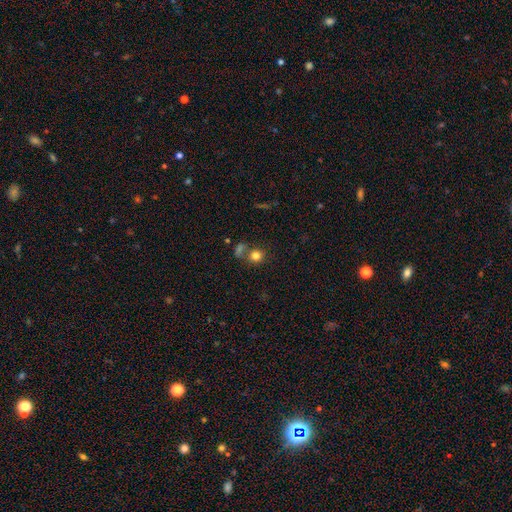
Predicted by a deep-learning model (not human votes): The model was most divided on "merging": none: 62%, merger: 23%, minor disturbance: 11%, major disturbance: 5%. More confident: how rounded — round (83%); smooth or featured — smooth (80%).